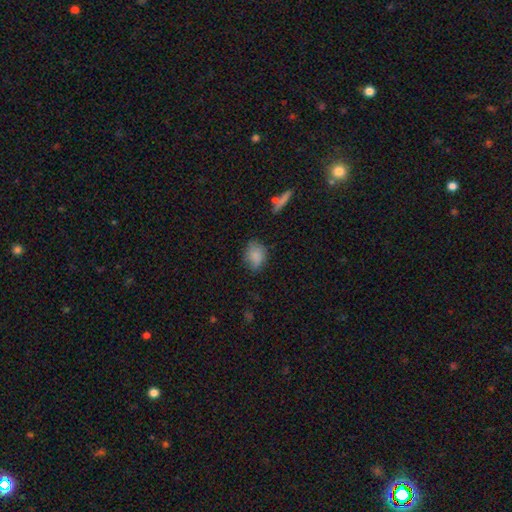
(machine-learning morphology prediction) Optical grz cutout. It shows a smooth galaxy with no disk features (82%) that is in between round and cigar-shaped (60%). Merging: none (64%).